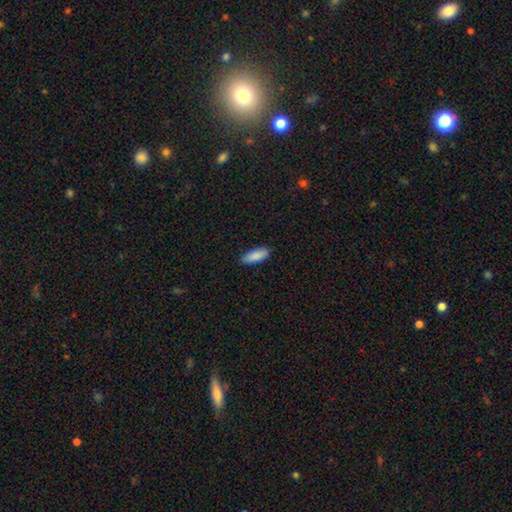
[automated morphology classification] This is clearly a smooth galaxy (89%). How rounded: likely in between (67%). Merging: clearly none (86%).